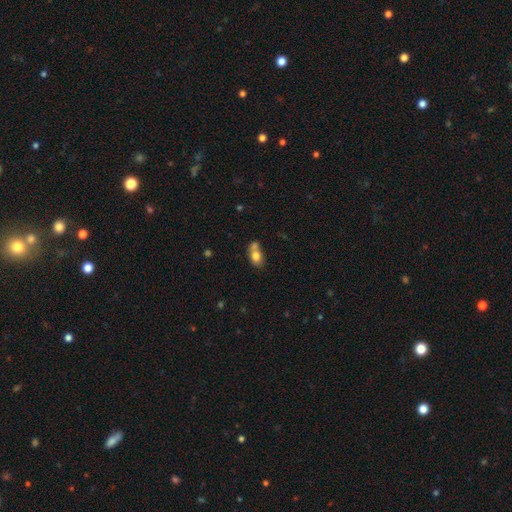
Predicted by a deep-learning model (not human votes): This is likely a smooth galaxy (76%). How rounded: likely in between (72%). Merging: possibly merger (50%).